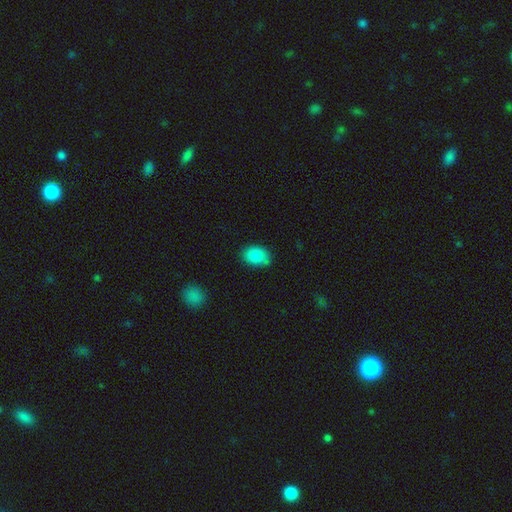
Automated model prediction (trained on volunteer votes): The model was most divided on "merging": none: 71%, minor disturbance: 21%, major disturbance: 4%, merger: 4%. More confident: smooth or featured — smooth (87%); how rounded — in between (77%).